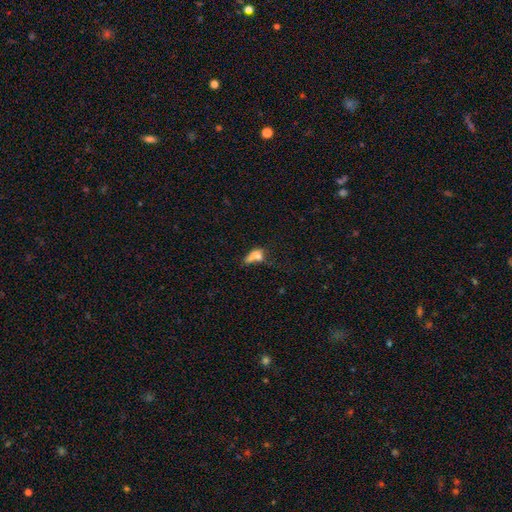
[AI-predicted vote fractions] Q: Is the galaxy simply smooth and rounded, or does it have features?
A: smooth — 63%.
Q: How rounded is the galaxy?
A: in between — 69%.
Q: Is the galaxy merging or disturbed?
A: merger — 35%.